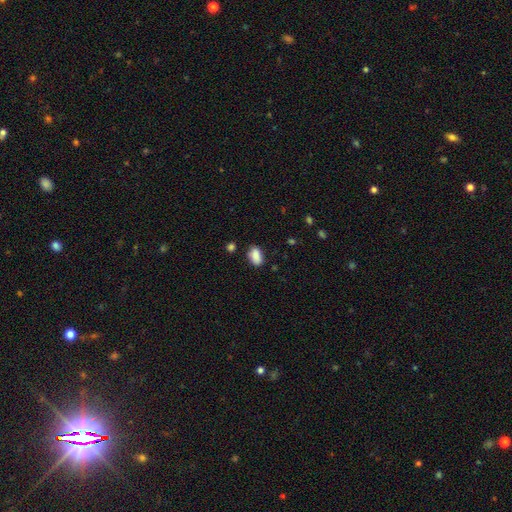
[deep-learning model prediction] Smooth or featured: smooth — 87% (star or artifact — 8%)
How rounded: in between — 89% (round — 8%)
Merging: none — 76% (minor disturbance — 17%)